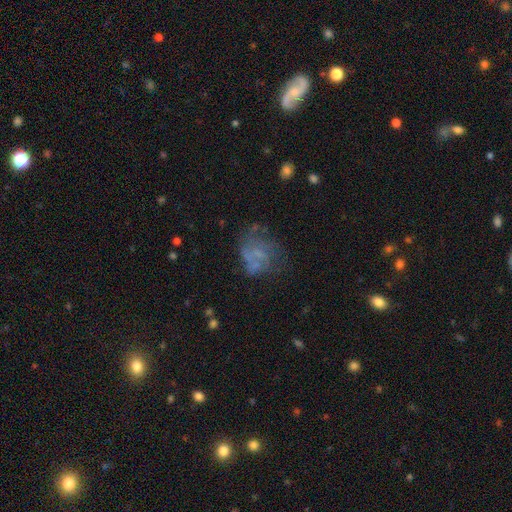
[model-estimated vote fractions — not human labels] smooth_or_featured: featured or disk (p=0.52) [alt: smooth p=0.31]
disk_edge_on: no (p=0.98) [alt: yes p=0.02]
bar: no (p=0.80) [alt: weak p=0.17]
has_spiral_arms: no (p=0.66) [alt: yes p=0.34]
bulge_size: none (p=0.67) [alt: small p=0.20]
merging: none (p=0.43) [alt: major disturbance p=0.31]